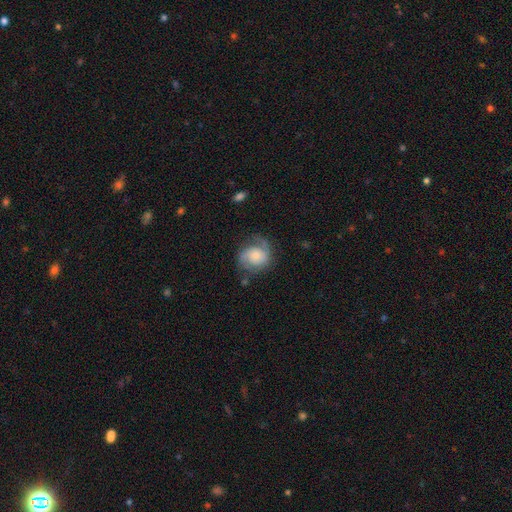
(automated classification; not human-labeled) Smooth or featured? featured or disk (72%)
Edge-on disk? no (98%)
Bar? no (71%)
Spiral arms? yes (94%)
Spiral winding? medium (46%)
Spiral arm count? 2 (78%)
Bulge size? small (36%)
Merging? none (64%)